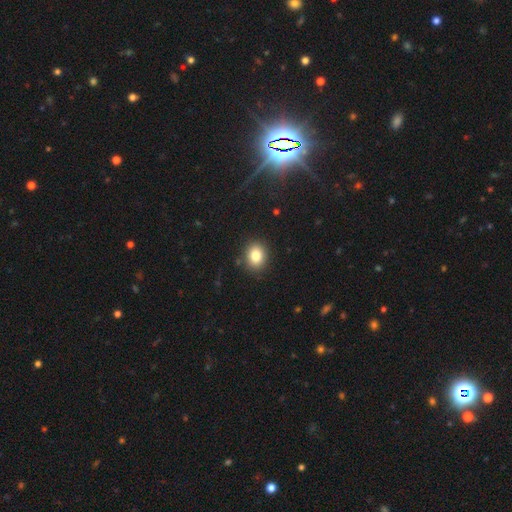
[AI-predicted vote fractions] Smooth or featured?
  - smooth: 83% *
  - star or artifact: 10%
  - featured or disk: 7%
How rounded?
  - round: 55% *
  - in between: 44%
  - cigar-shaped: 1%
Merging?
  - none: 88% *
  - minor disturbance: 8%
  - major disturbance: 2%
  - merger: 1%